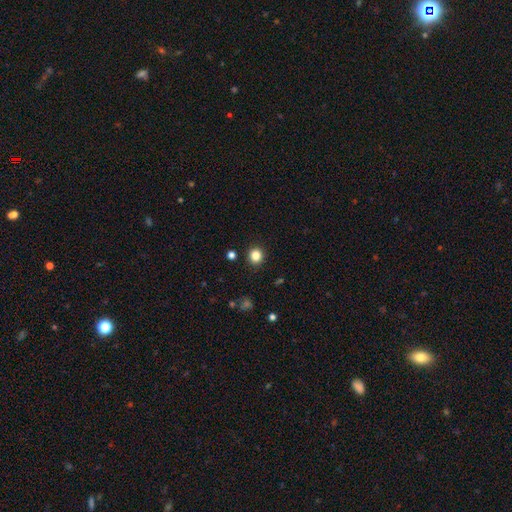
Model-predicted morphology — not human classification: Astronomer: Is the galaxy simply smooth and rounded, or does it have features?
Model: smooth — 84%.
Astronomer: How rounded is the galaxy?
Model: round — 90%.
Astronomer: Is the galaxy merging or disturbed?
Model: none — 91%.